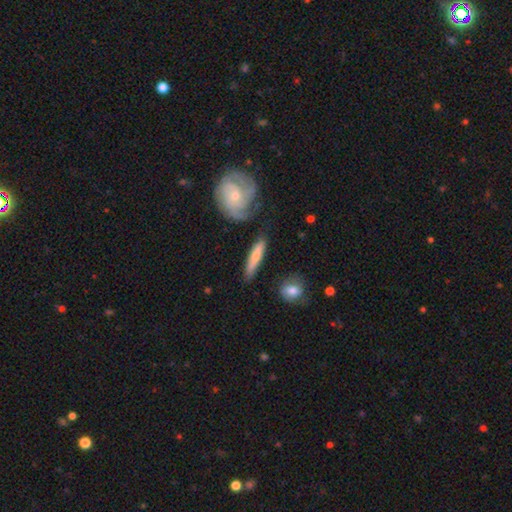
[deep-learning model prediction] smooth_or_featured: smooth (p=0.60) [alt: featured or disk p=0.34]
how_rounded: cigar-shaped (p=0.86) [alt: in between p=0.12]
merging: none (p=0.76) [alt: minor disturbance p=0.15]